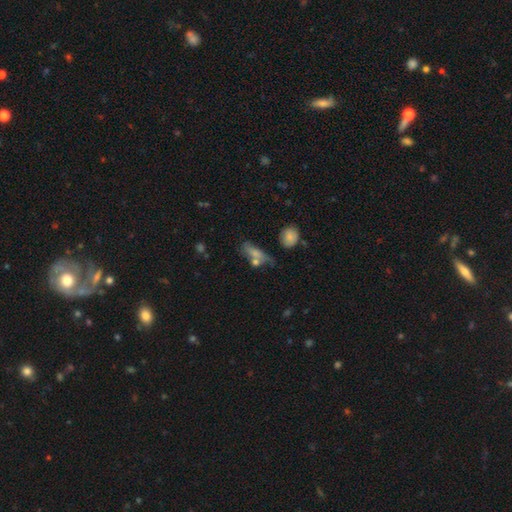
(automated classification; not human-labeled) Smooth or featured? Predicted: smooth (p=0.65). How rounded? Predicted: in between (p=0.56). Merging? Predicted: none (p=0.41).